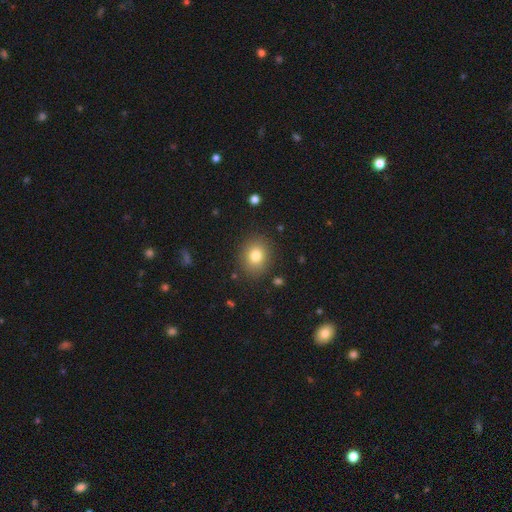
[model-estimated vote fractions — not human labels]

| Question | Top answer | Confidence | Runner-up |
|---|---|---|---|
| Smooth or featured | smooth | 80% | star or artifact (11%) |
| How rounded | round | 67% | in between (32%) |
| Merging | none | 86% | minor disturbance (9%) |